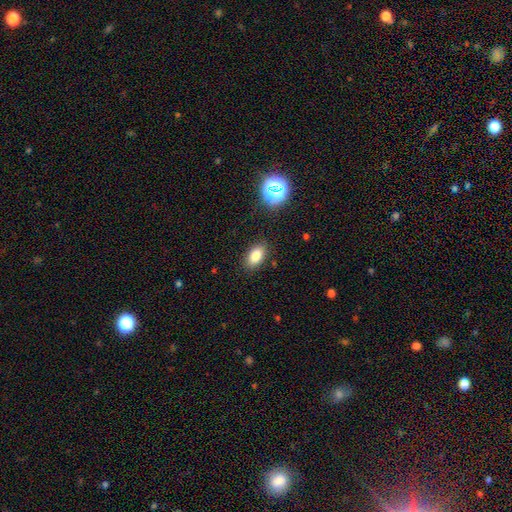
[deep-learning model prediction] smooth_or_featured: smooth (p=0.82) [alt: star or artifact p=0.11]
how_rounded: in between (p=0.90) [alt: round p=0.07]
merging: none (p=0.87) [alt: minor disturbance p=0.09]